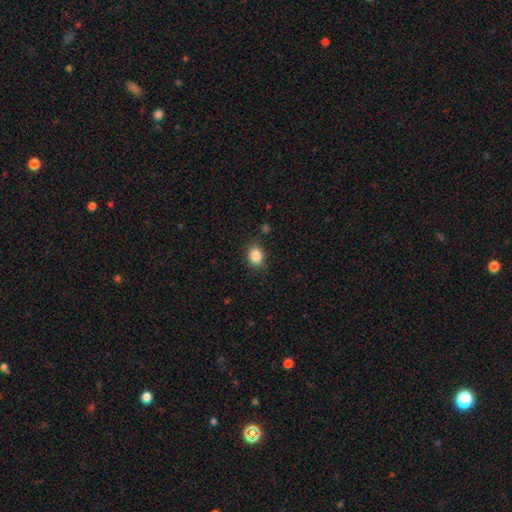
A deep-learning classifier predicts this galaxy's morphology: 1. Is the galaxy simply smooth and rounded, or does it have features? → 87% smooth, 9% star or artifact, 4% featured or disk.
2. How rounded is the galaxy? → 56% in between, 43% round, 1% cigar-shaped.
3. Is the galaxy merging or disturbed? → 83% none, 12% minor disturbance, 3% major disturbance, 2% merger.